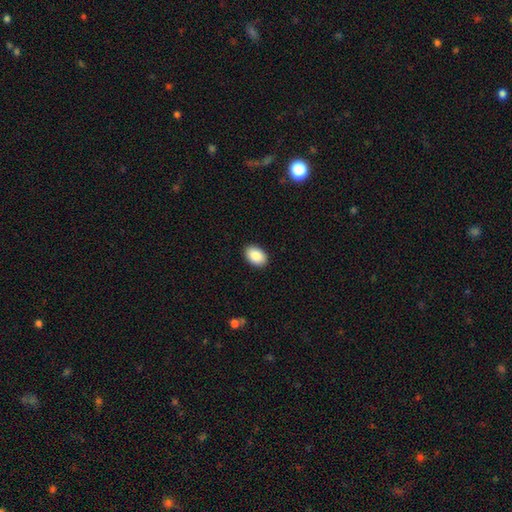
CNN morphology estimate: smooth_or_featured: smooth (p=0.90) [alt: star or artifact p=0.06]
how_rounded: in between (p=0.90) [alt: round p=0.09]
merging: none (p=0.90) [alt: minor disturbance p=0.07]